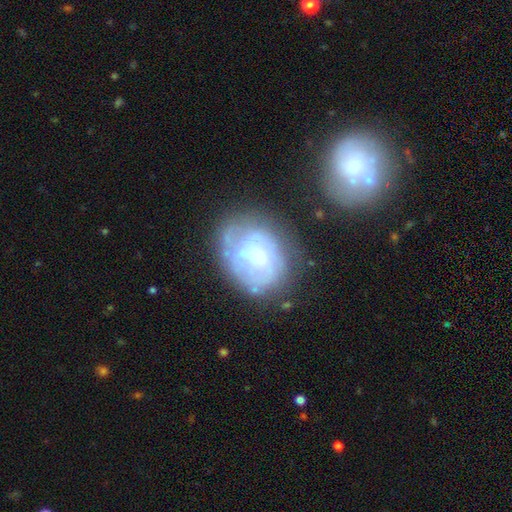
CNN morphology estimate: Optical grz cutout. It shows a featured or disk galaxy (62%) with no bar (52%), spiral arms (58%) and a moderate central bulge (44%). Merging: none (51%).